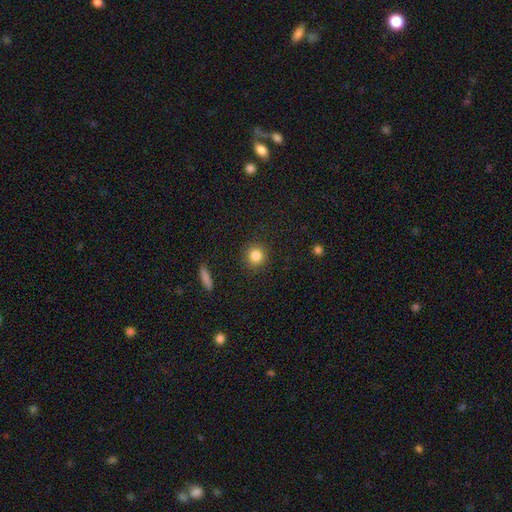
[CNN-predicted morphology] Smooth or featured: smooth — 84% (star or artifact — 10%)
How rounded: round — 91% (in between — 8%)
Merging: none — 90% (minor disturbance — 7%)